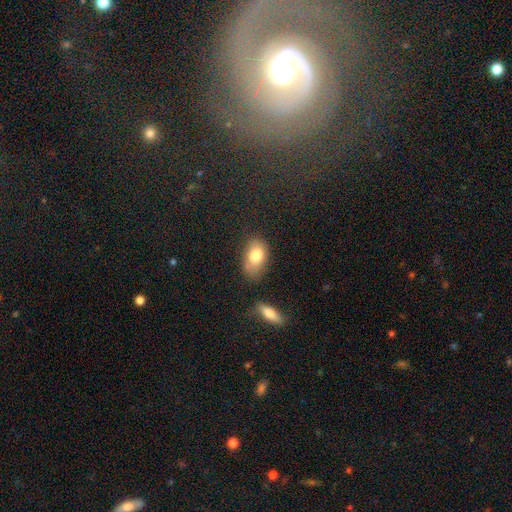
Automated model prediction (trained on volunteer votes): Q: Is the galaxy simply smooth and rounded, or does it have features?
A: smooth — 79%.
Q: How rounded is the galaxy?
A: in between — 87%.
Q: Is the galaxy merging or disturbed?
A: none — 56%.